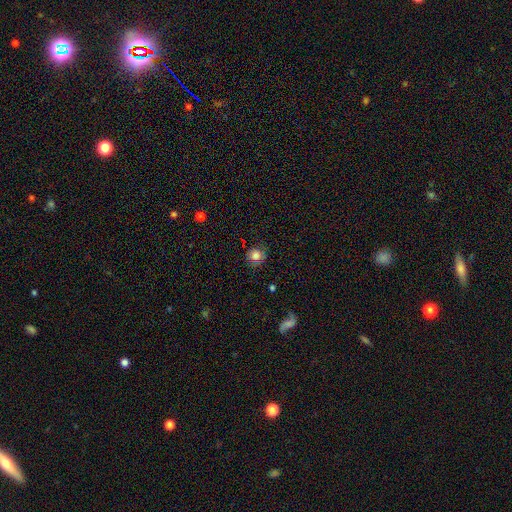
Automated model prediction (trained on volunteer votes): Smooth or featured?
  - smooth: 76% *
  - featured or disk: 12%
  - star or artifact: 12%
How rounded?
  - round: 85% *
  - in between: 14%
  - cigar-shaped: 1%
Merging?
  - none: 75% *
  - minor disturbance: 17%
  - major disturbance: 6%
  - merger: 2%